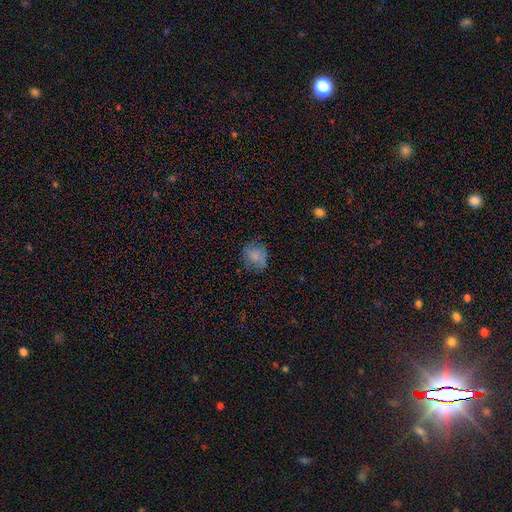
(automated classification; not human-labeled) Smooth or featured: smooth — 70% (featured or disk — 19%)
How rounded: round — 65% (in between — 34%)
Merging: none — 67% (minor disturbance — 22%)